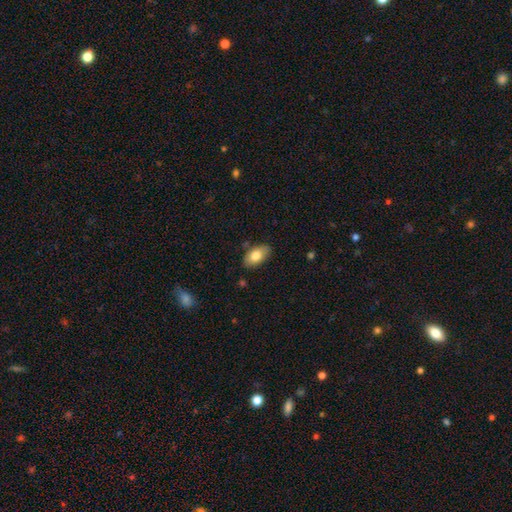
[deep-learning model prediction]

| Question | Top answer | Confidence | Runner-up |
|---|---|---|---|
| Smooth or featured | smooth | 80% | featured or disk (14%) |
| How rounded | in between | 93% | round (4%) |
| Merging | none | 83% | minor disturbance (13%) |